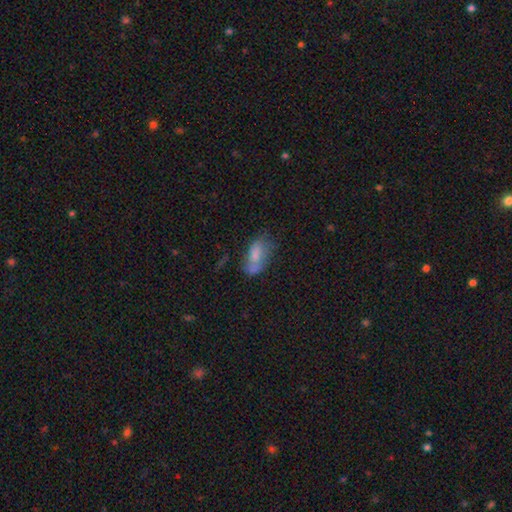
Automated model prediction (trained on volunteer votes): This appears to be a smooth galaxy with no disk features (65%) that is in between round and cigar-shaped (89%). Merging: none (44%).